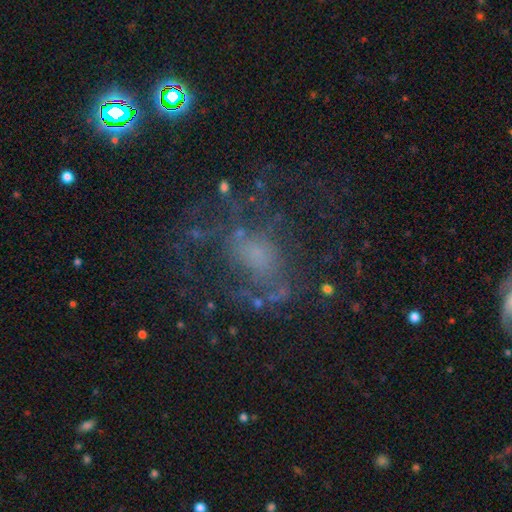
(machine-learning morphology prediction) Smooth or featured: featured or disk — 64% (star or artifact — 20%)
Edge-on disk: no — 96% (yes — 4%)
Bar: no — 71% (weak — 22%)
Spiral arms: yes — 63% (no — 37%)
Bulge size: small — 35% (none — 28%)
Merging: none — 56% (major disturbance — 24%)